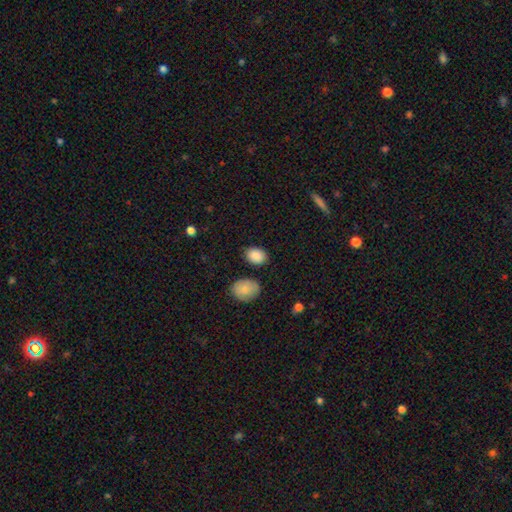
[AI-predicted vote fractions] smooth_or_featured: smooth (p=0.89) [alt: star or artifact p=0.07]
how_rounded: in between (p=0.77) [alt: round p=0.22]
merging: none (p=0.82) [alt: minor disturbance p=0.12]